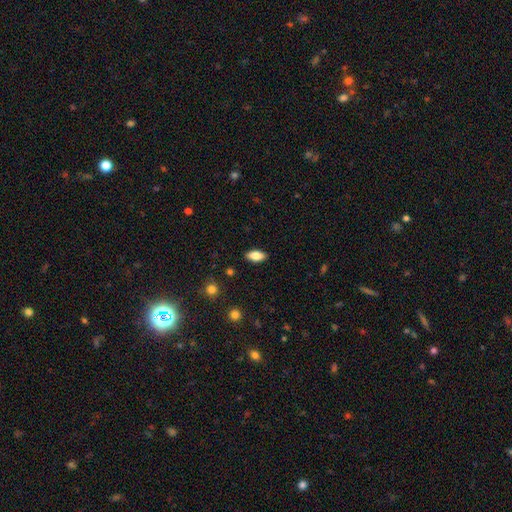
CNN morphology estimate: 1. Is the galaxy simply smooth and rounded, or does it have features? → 81% smooth, 12% featured or disk, 7% star or artifact.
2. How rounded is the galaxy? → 89% in between, 8% cigar-shaped, 3% round.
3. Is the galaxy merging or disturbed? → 89% none, 8% minor disturbance, 2% major disturbance, 1% merger.